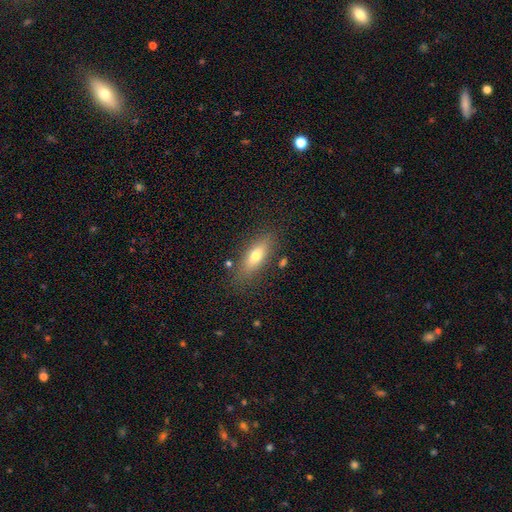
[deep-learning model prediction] A smooth galaxy with no disk features (69%) that is in between round and cigar-shaped (68%). Merging: none (80%).